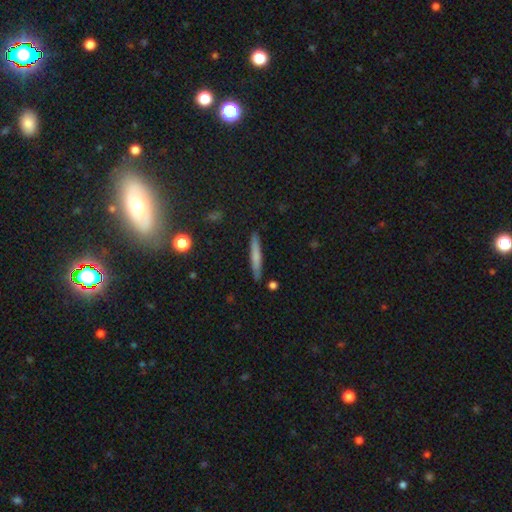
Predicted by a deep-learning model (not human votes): Morphology: type=smooth (67%); roundness=cigar-shaped (94%); merging=none (88%).